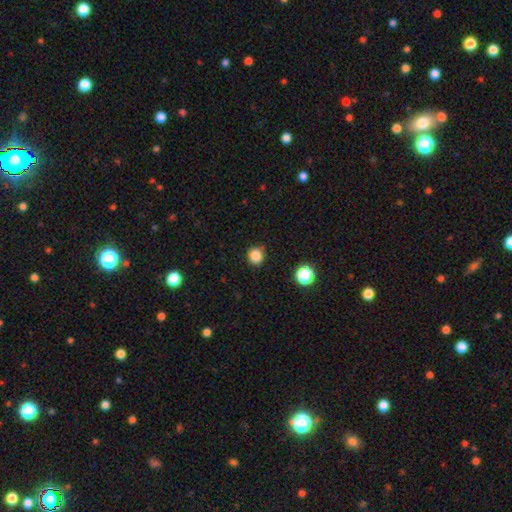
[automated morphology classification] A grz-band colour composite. It shows a smooth galaxy with no disk features (84%) that is round (88%). Merging: none (86%).